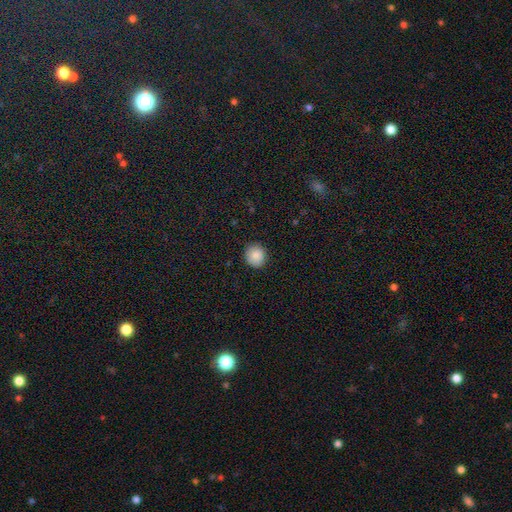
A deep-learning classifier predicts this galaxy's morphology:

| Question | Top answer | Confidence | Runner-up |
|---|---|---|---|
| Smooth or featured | smooth | 88% | star or artifact (8%) |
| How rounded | round | 86% | in between (13%) |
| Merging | none | 88% | minor disturbance (9%) |